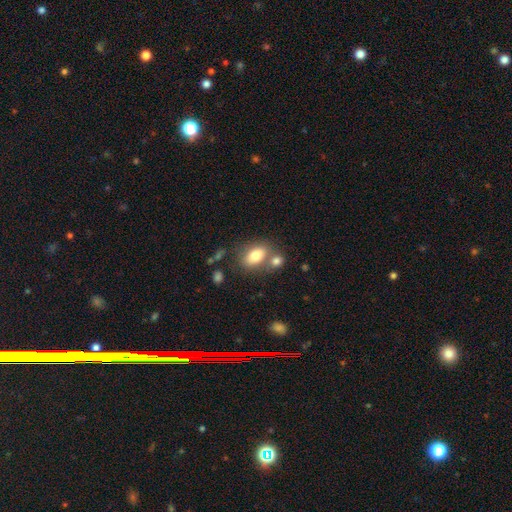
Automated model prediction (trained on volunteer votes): smooth-or-featured: smooth: 77% | featured or disk: 15% | star or artifact: 8%
  how-rounded: in between: 86% | round: 12% | cigar-shaped: 2%
  merging: none: 53% | merger: 29% | minor disturbance: 13% | major disturbance: 5%